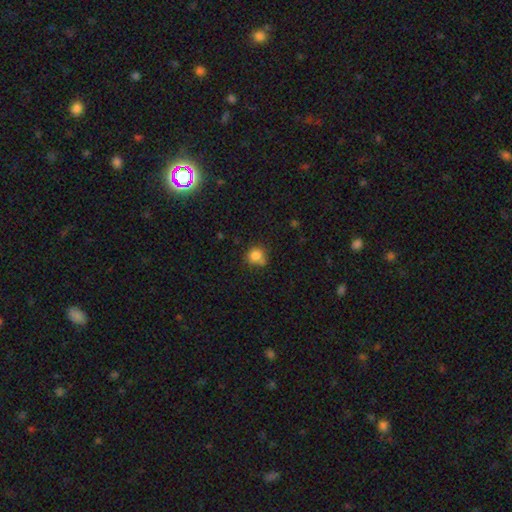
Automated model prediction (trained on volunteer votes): Overall: smooth (83%). How rounded: round (83%). Merging: none (61%; minor disturbance 23%).